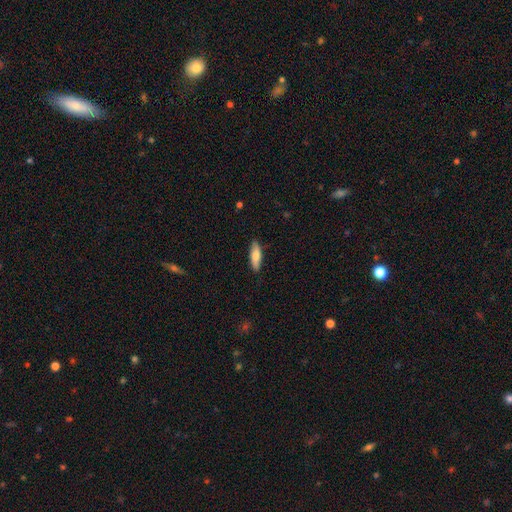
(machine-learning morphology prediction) Smooth or featured? Predicted: smooth (p=0.70). How rounded? Predicted: cigar-shaped (p=0.54). Merging? Predicted: none (p=0.87).